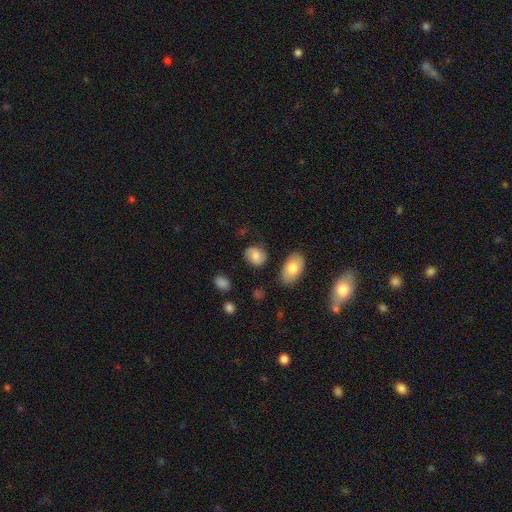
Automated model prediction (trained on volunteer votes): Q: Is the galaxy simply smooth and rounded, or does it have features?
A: smooth — 68%.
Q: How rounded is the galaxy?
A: in between — 57%.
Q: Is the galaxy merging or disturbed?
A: none — 69%.